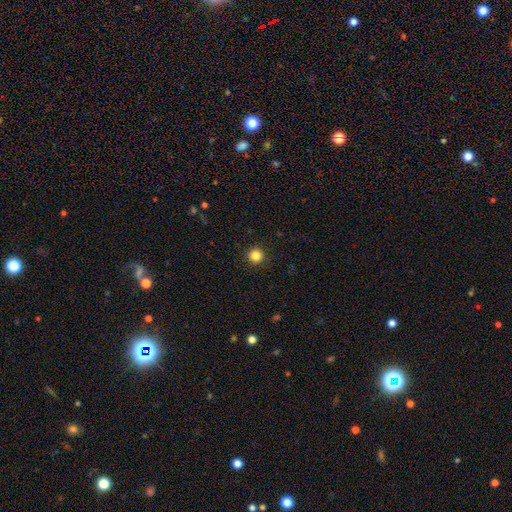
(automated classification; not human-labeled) This appears to be a smooth galaxy with no disk features (84%) that is round (96%). Merging: none (92%).